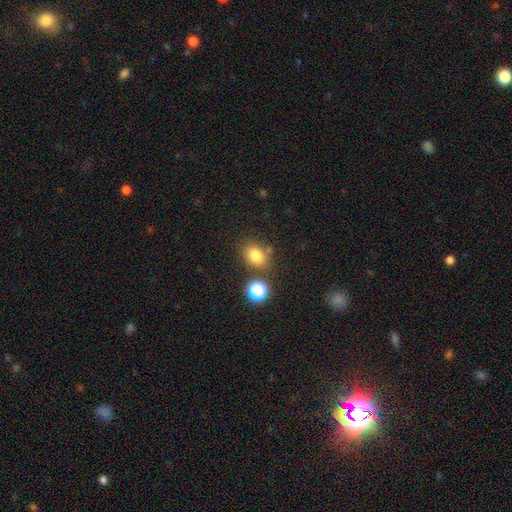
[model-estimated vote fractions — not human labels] This appears to be a smooth galaxy with no disk features (78%) that is in between round and cigar-shaped (52%). Merging: none (73%).